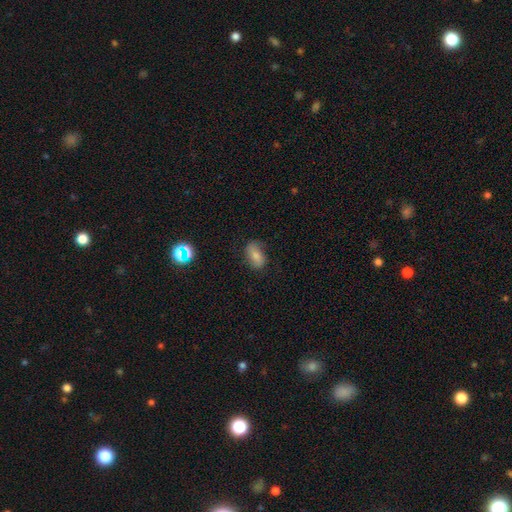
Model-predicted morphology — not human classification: This appears to be a smooth galaxy with no disk features (72%) that is in between round and cigar-shaped (88%). Merging: none (75%).